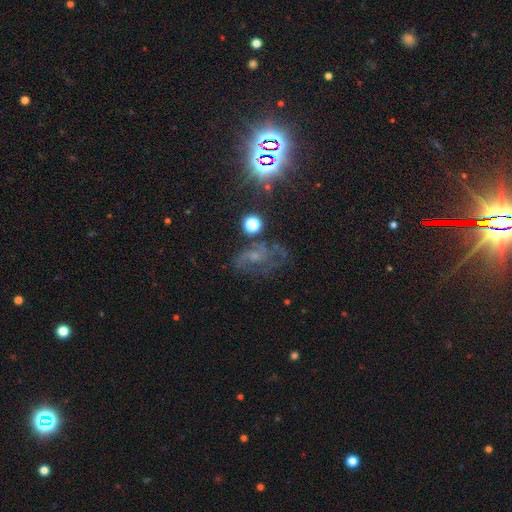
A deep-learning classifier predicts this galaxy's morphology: smooth_or_featured: featured or disk (p=0.53) [alt: star or artifact p=0.30]
disk_edge_on: no (p=0.95) [alt: yes p=0.05]
bar: no (p=0.62) [alt: weak p=0.30]
has_spiral_arms: yes (p=0.80) [alt: no p=0.20]
bulge_size: small (p=0.54) [alt: moderate p=0.27]
merging: none (p=0.51) [alt: major disturbance p=0.23]